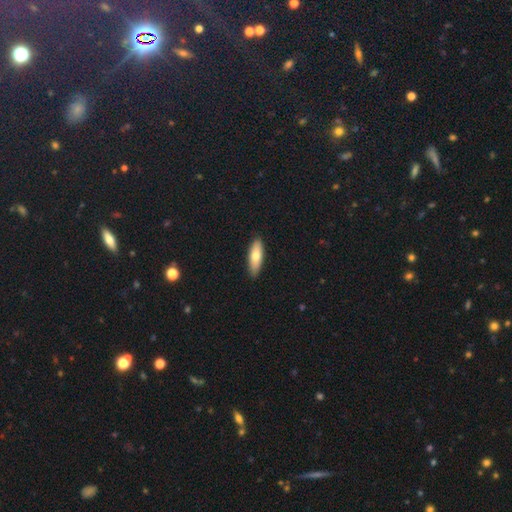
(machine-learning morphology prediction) Smooth or featured? smooth (71%)
How rounded? in between (58%)
Merging? none (87%)